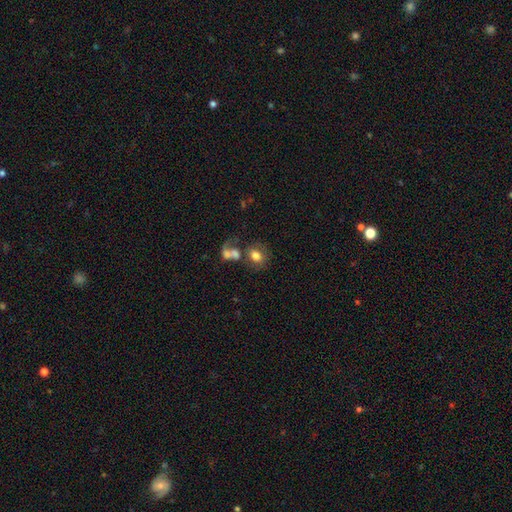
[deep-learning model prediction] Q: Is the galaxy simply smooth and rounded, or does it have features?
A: smooth — 70%.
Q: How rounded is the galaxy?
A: round — 51%.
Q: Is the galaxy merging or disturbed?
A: merger — 37%, tied with none.